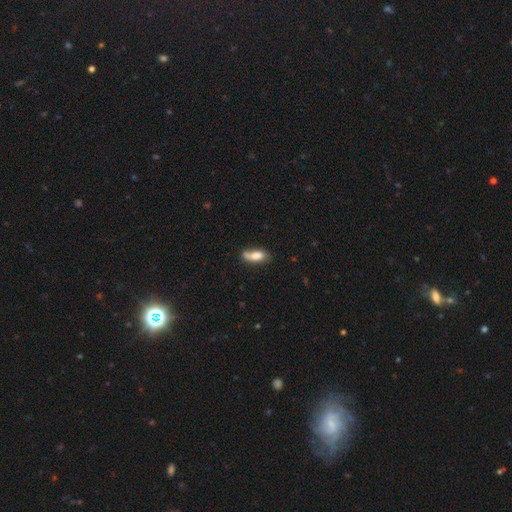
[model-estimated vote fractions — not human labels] This appears to be a smooth galaxy with no disk features (72%) that is in between round and cigar-shaped (73%). Merging: none (47%).